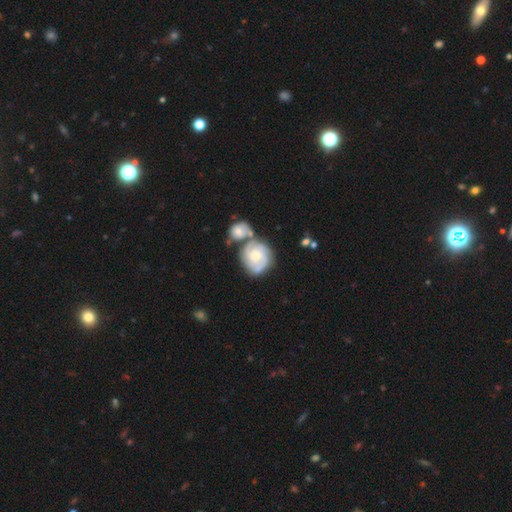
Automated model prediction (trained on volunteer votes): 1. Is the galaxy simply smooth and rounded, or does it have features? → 75% featured or disk, 19% smooth, 5% star or artifact.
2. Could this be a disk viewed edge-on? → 98% no, 2% yes.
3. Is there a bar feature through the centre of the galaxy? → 67% no, 28% weak, 5% strong.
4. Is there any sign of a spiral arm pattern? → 94% yes, 6% no.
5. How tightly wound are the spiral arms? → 60% tight, 33% medium, 8% loose.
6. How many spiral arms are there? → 37% 3, 28% 2, 19% can't tell, 8% 4, 4% 1, 4% more than 4.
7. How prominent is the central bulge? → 59% moderate, 33% small, 4% large, 2% none, 1% dominant.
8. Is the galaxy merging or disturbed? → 42% none, 38% merger, 14% minor disturbance, 6% major disturbance.